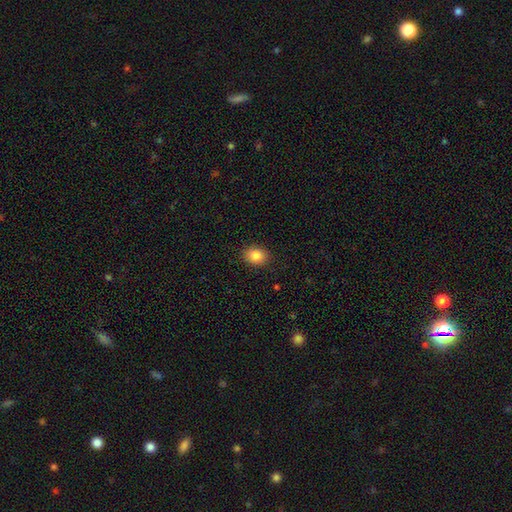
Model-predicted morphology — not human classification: Q: Smooth or featured?
A: smooth (85%); runner-up: star or artifact (9%)
Q: How rounded?
A: in between (57%); runner-up: round (42%)
Q: Merging?
A: none (90%); runner-up: minor disturbance (8%)